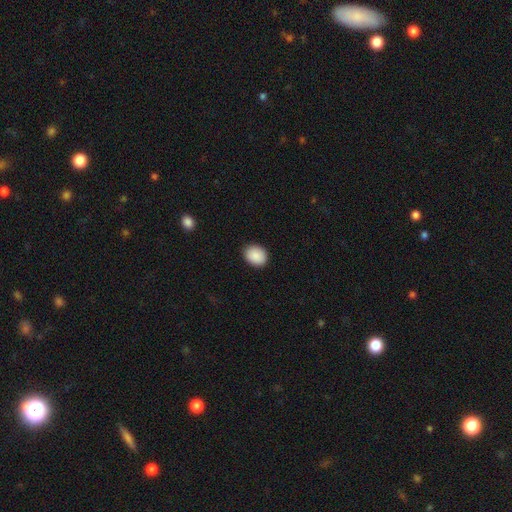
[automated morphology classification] Smooth or featured? smooth (90%)
How rounded? round (53%)
Merging? none (88%)